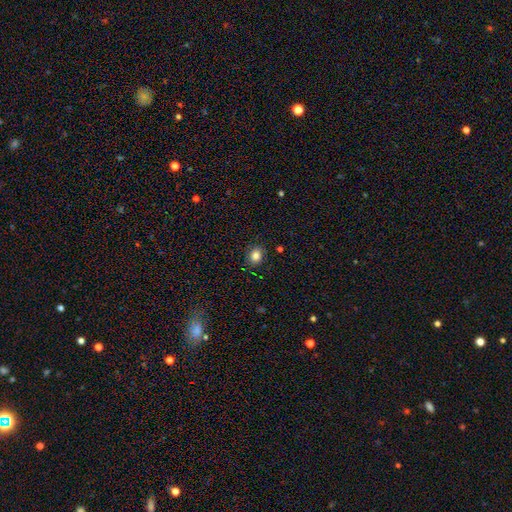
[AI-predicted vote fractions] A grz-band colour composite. It shows a smooth galaxy with no disk features (82%) that is round (57%). Merging: none (86%).